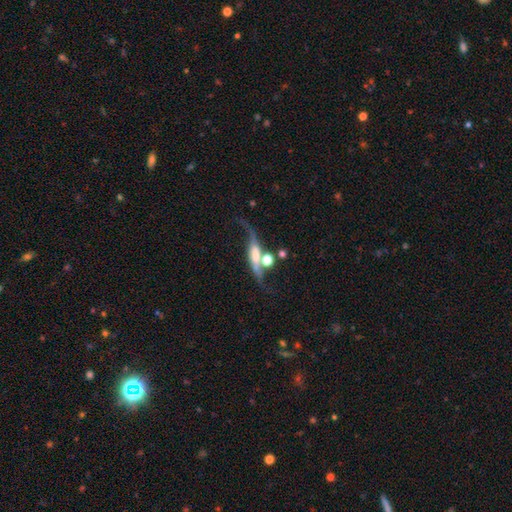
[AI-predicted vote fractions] This is likely a featured or disk galaxy (72%). It is likely not viewed edge-on (75%). Bar: marginally no (42%). Spiral arm pattern: clearly yes (86%). Central bulge: marginally moderate (28%). Merging: marginally none (37%).